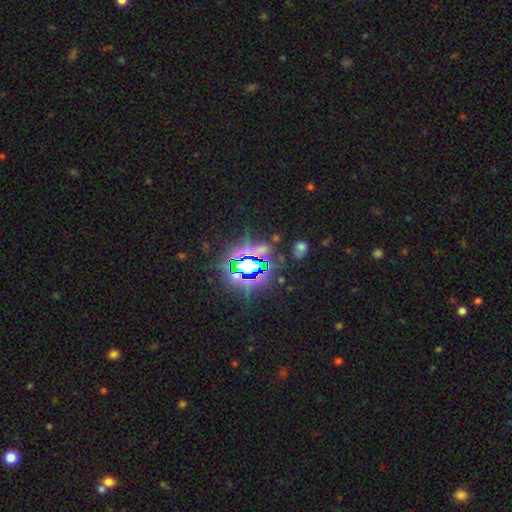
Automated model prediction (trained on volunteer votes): Smooth or featured?
  - star or artifact: 76% *
  - smooth: 13%
  - featured or disk: 10%